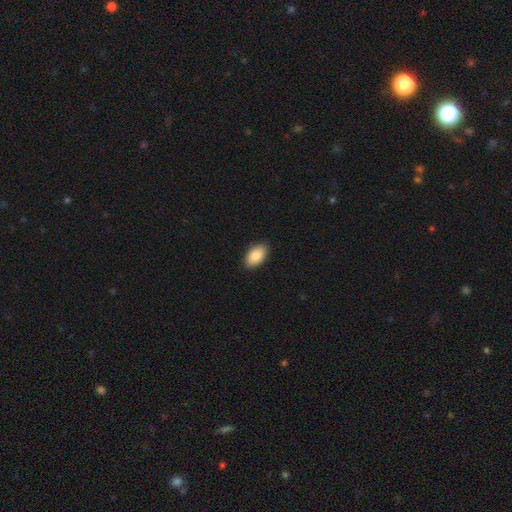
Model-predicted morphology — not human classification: type=smooth (87%); roundness=in between (94%); merging=none (88%).